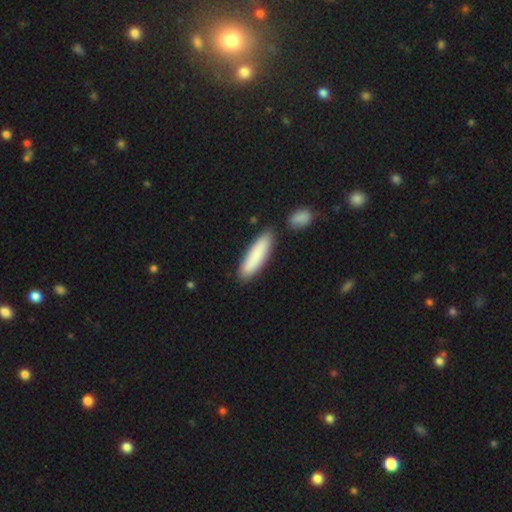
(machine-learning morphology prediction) Q: Smooth or featured?
A: smooth (85%); runner-up: featured or disk (9%)
Q: How rounded?
A: cigar-shaped (71%); runner-up: in between (27%)
Q: Merging?
A: none (79%); runner-up: minor disturbance (12%)